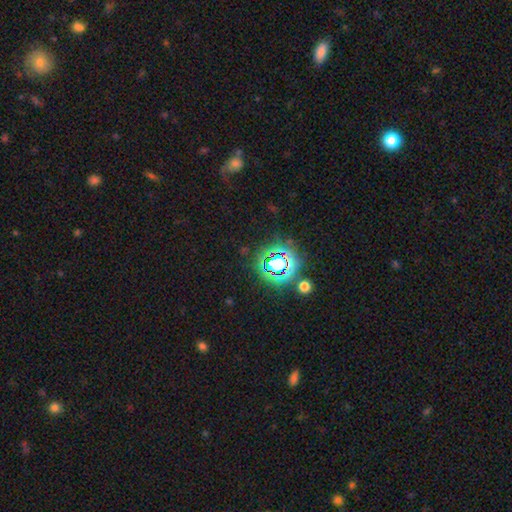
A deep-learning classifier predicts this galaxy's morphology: smooth_or_featured: star or artifact (p=0.76) [alt: smooth p=0.16]